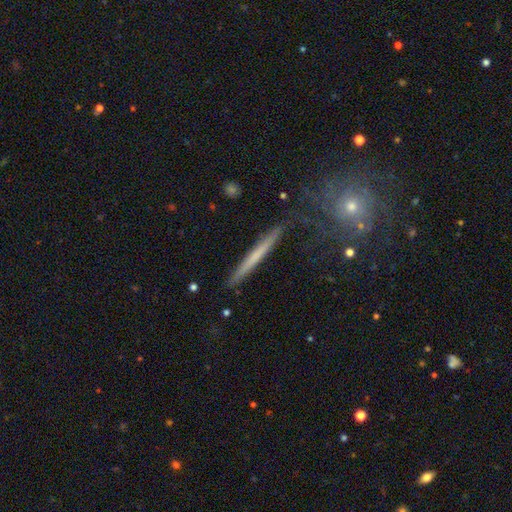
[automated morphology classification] Overall: smooth (47%, tied with featured or disk). Merging: none (87%).